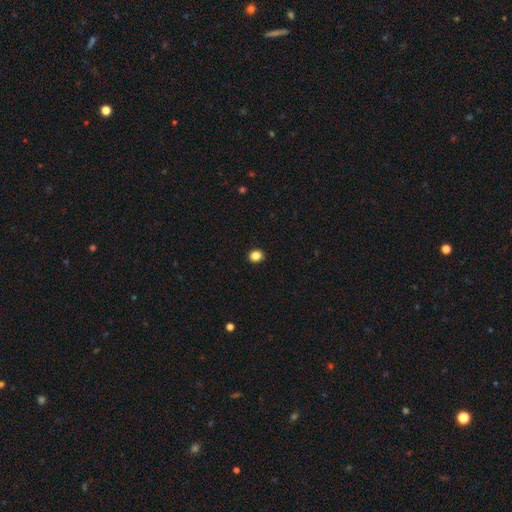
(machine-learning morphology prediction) This appears to be a smooth galaxy with no disk features (86%) that is round (75%). Merging: none (92%).